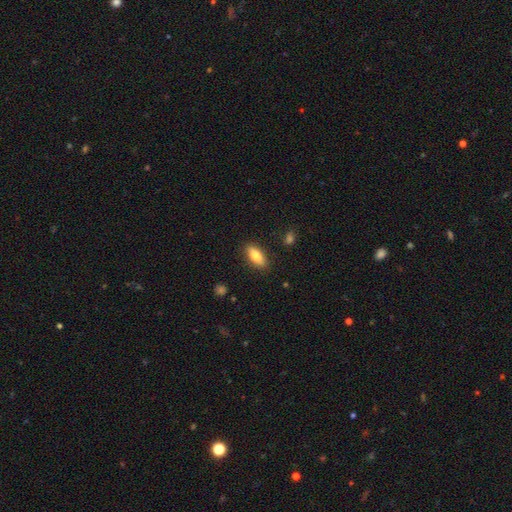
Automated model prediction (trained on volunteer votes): smooth-or-featured: smooth: 79% | featured or disk: 14% | star or artifact: 7%
  how-rounded: in between: 75% | cigar-shaped: 23% | round: 3%
  merging: none: 87% | minor disturbance: 9% | major disturbance: 2% | merger: 1%